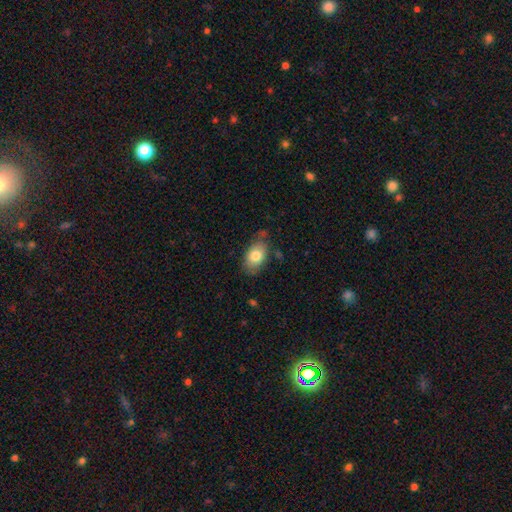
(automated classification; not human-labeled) This appears to be a smooth galaxy with no disk features (79%) that is in between round and cigar-shaped (89%). Merging: none (70%).